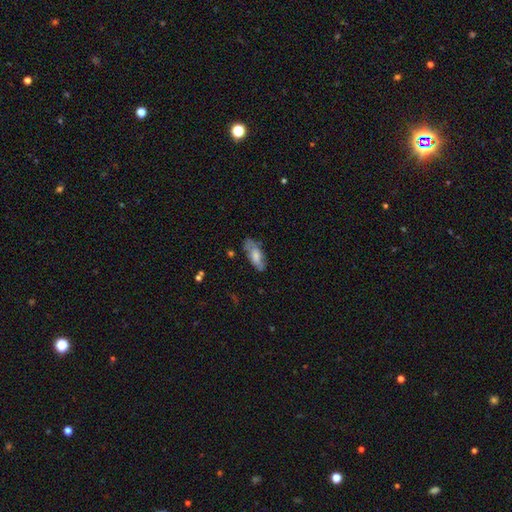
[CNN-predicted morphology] Smooth or featured?
  - smooth: 58% *
  - featured or disk: 35%
  - star or artifact: 7%
How rounded?
  - in between: 79% *
  - cigar-shaped: 19%
  - round: 2%
Merging?
  - none: 66% *
  - minor disturbance: 24%
  - major disturbance: 8%
  - merger: 2%